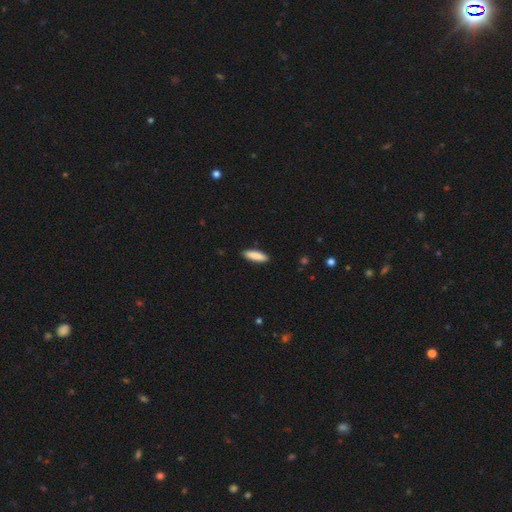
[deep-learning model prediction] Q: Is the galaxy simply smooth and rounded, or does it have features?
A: smooth — 89%.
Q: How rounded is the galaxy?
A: cigar-shaped — 56%.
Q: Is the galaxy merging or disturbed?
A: none — 90%.